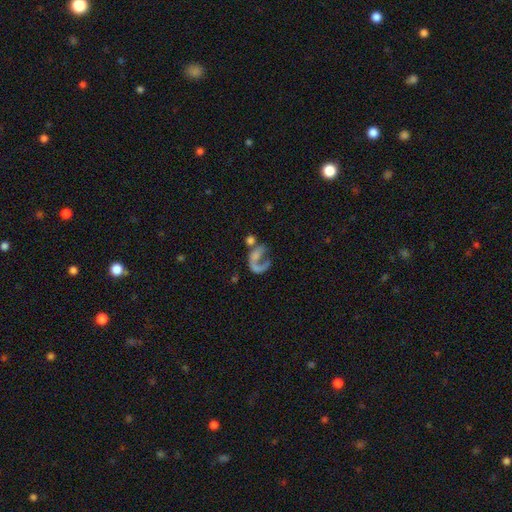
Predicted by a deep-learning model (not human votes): Smooth or featured: featured or disk — 58% (smooth — 29%)
Edge-on disk: no — 97% (yes — 3%)
Bar: no — 80% (weak — 15%)
Spiral arms: yes — 50% (tied with no — 50%)
Bulge size: none — 63% (small — 18%)
Merging: major disturbance — 39% (none — 26%)